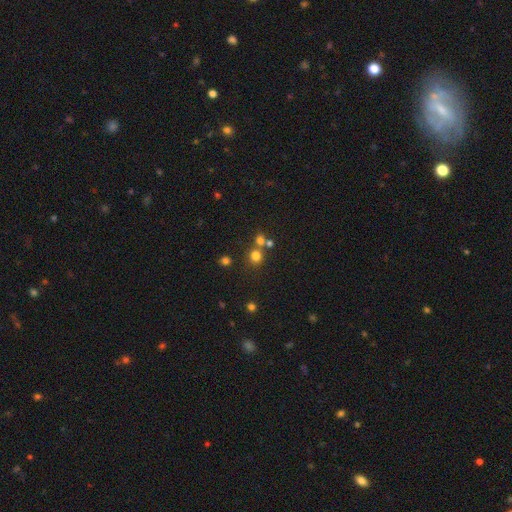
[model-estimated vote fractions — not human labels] smooth_or_featured: smooth (p=0.73) [alt: star or artifact p=0.19]
how_rounded: round (p=0.89) [alt: in between p=0.10]
merging: none (p=0.64) [alt: merger p=0.26]